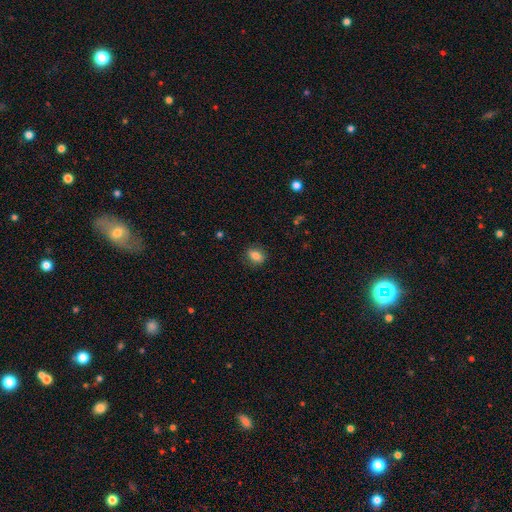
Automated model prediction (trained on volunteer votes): A smooth galaxy with no disk features (82%) that is in between round and cigar-shaped (71%).

Vote fractions:
- Smooth or featured? smooth: 82% / star or artifact: 9% / featured or disk: 9%
- How rounded? in between: 71% / round: 25% / cigar-shaped: 3%
- Merging? none: 86% / minor disturbance: 11% / major disturbance: 3% / merger: 1%